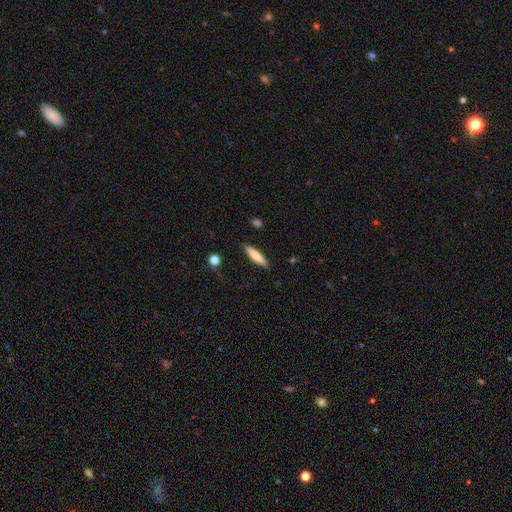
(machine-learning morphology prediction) smooth 69%, featured or disk 25%, star or artifact 6%. Down the decision tree: how rounded — cigar-shaped (83%); merging — none (89%).